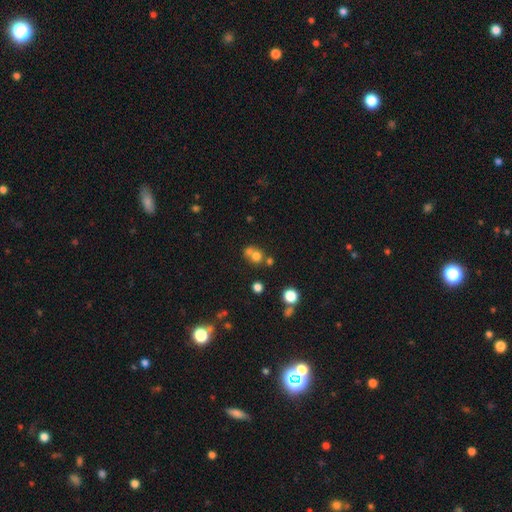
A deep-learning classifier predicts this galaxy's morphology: A smooth galaxy with no disk features (69%) that is round (78%).

Vote fractions:
- Smooth or featured? smooth: 69% / star or artifact: 16% / featured or disk: 15%
- How rounded? round: 78% / in between: 21% / cigar-shaped: 1%
- Merging? merger: 50% / none: 38% / minor disturbance: 8% / major disturbance: 4%